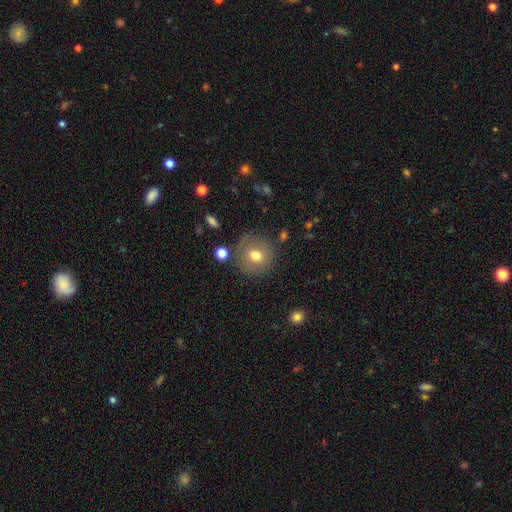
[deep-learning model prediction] Overall: smooth (71%). How rounded: round (89%). Merging: none (79%).